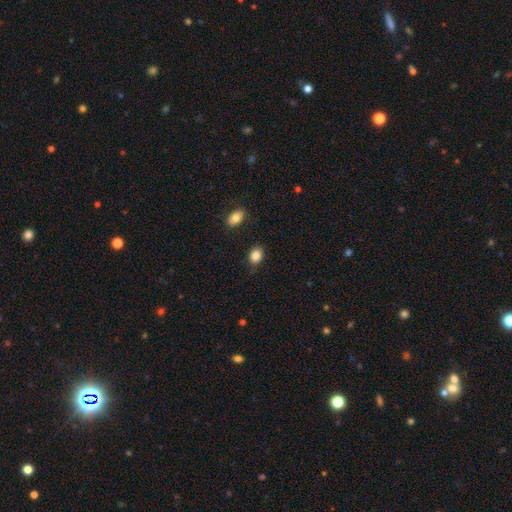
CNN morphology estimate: smooth_or_featured: smooth (p=0.86) [alt: star or artifact p=0.09]
how_rounded: in between (p=0.65) [alt: round p=0.34]
merging: none (p=0.83) [alt: minor disturbance p=0.12]